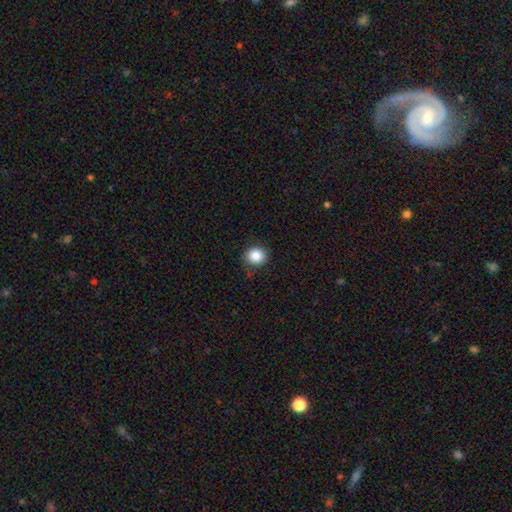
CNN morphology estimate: This appears to be a smooth galaxy with no disk features (86%) that is round (84%). Merging: none (85%).